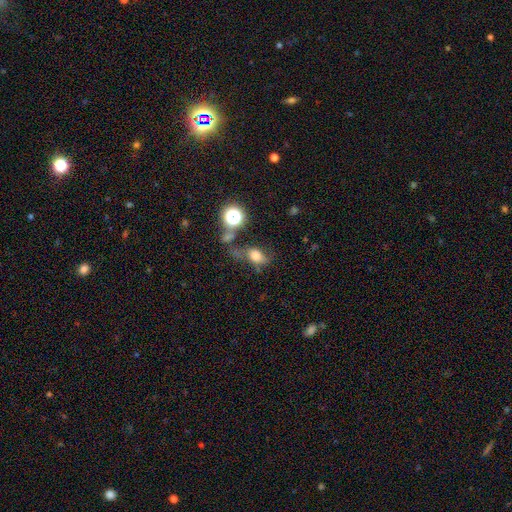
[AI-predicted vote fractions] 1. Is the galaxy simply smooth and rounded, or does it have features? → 65% smooth, 19% featured or disk, 16% star or artifact.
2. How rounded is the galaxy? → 71% in between, 26% round, 4% cigar-shaped.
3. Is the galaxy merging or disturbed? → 41% none, 22% minor disturbance, 21% major disturbance, 15% merger.